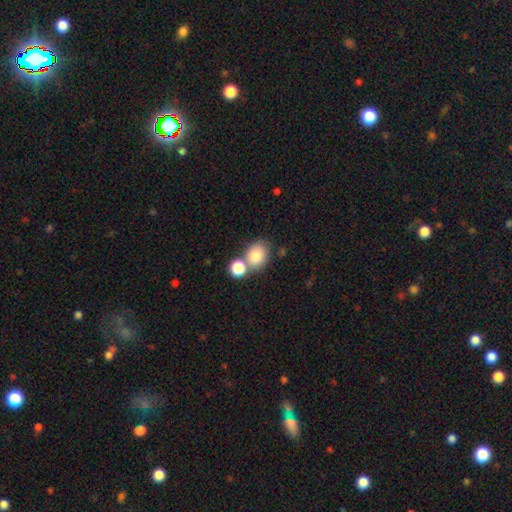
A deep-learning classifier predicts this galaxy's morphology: smooth-or-featured: smooth: 82% | star or artifact: 10% | featured or disk: 8%
  how-rounded: round: 53% | in between: 46% | cigar-shaped: 1%
  merging: none: 56% | merger: 30% | minor disturbance: 11% | major disturbance: 4%